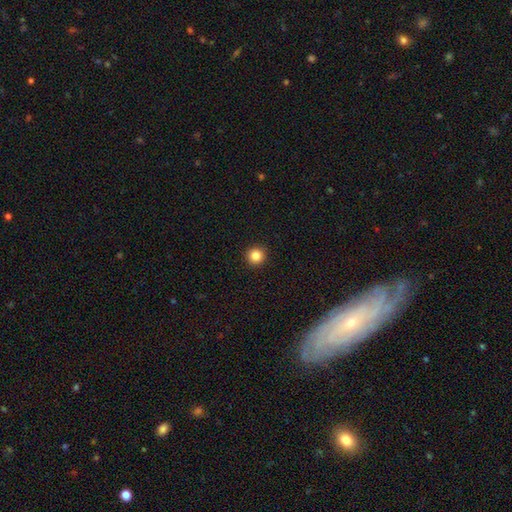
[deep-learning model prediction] Q: Smooth or featured?
A: smooth (85%); runner-up: star or artifact (11%)
Q: How rounded?
A: round (96%); runner-up: in between (4%)
Q: Merging?
A: none (93%); runner-up: minor disturbance (4%)